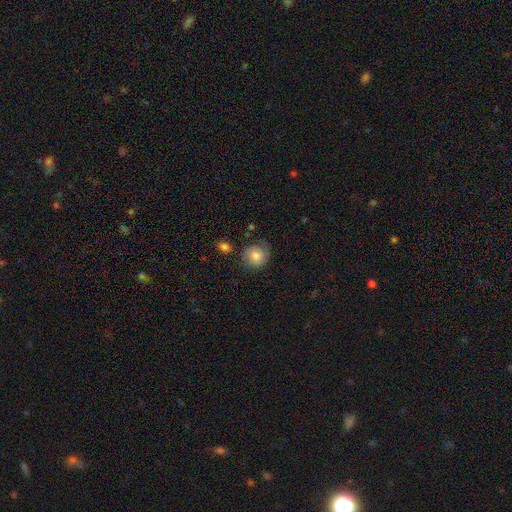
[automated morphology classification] smooth-or-featured: smooth: 69% | featured or disk: 23% | star or artifact: 8%
  how-rounded: round: 83% | in between: 16% | cigar-shaped: 1%
  merging: none: 69% | minor disturbance: 21% | major disturbance: 8% | merger: 3%